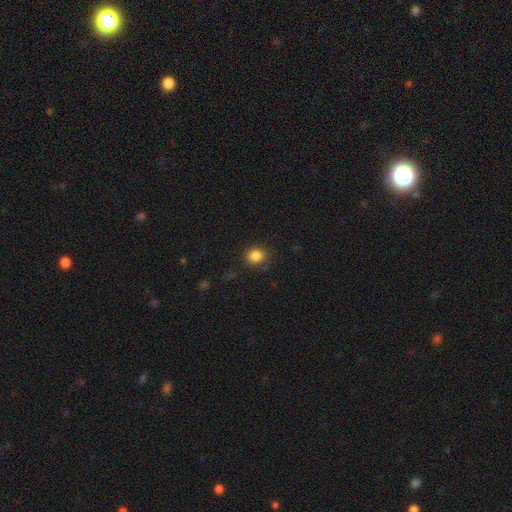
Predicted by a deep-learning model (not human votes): Overall: smooth (85%). How rounded: round (75%). Merging: none (86%).